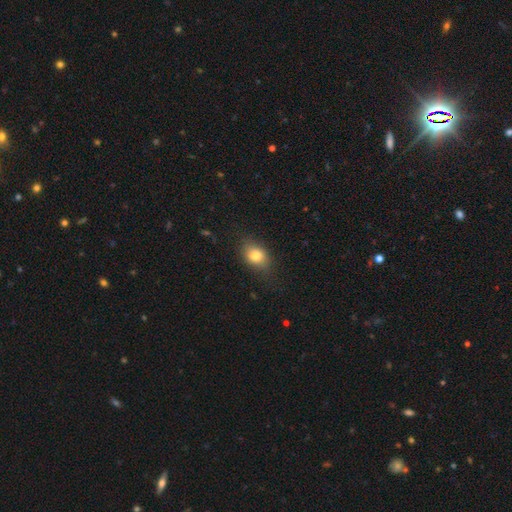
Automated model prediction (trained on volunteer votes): Smooth or featured? smooth (79%)
How rounded? in between (63%)
Merging? none (77%)